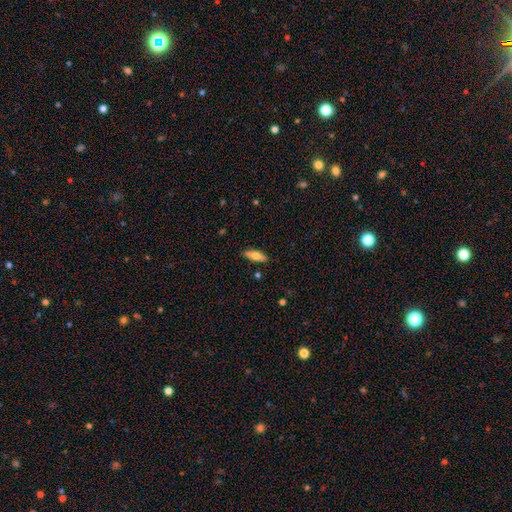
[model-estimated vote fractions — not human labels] A smooth galaxy with no disk features (67%) that is in between round and cigar-shaped (63%). Merging: none (86%).